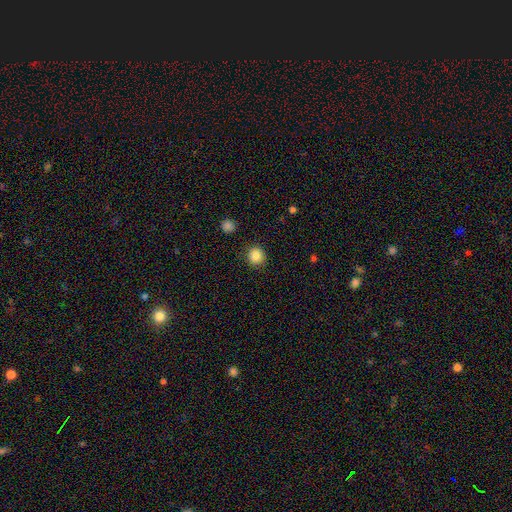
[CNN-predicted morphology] A smooth galaxy with no disk features (86%) that is round (90%).

Vote fractions:
- Smooth or featured? smooth: 86% / star or artifact: 10% / featured or disk: 4%
- How rounded? round: 90% / in between: 9% / cigar-shaped: 1%
- Merging? none: 90% / minor disturbance: 6% / major disturbance: 2% / merger: 1%